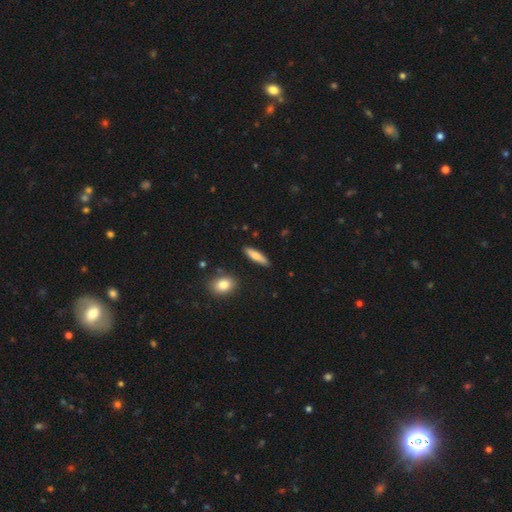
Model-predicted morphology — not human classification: A smooth galaxy with no disk features (74%) that is cigar-shaped (71%). Merging: none (88%).